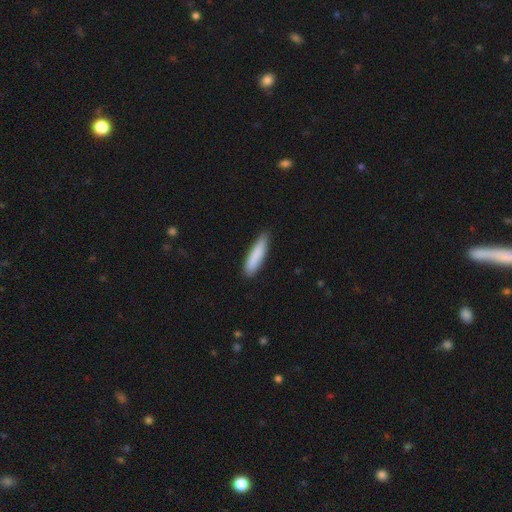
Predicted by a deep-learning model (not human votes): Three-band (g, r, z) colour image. It shows a smooth galaxy with no disk features (86%) that is cigar-shaped (77%). Merging: none (80%).